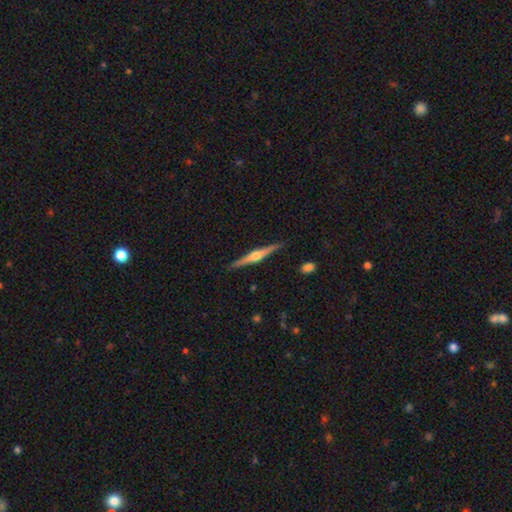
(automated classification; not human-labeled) The model was most divided on "smooth or featured": featured or disk: 78%, smooth: 17%, star or artifact: 5%. More confident: edge-on disk — yes (98%); merging — none (90%); edge-on bulge — rounded (90%).